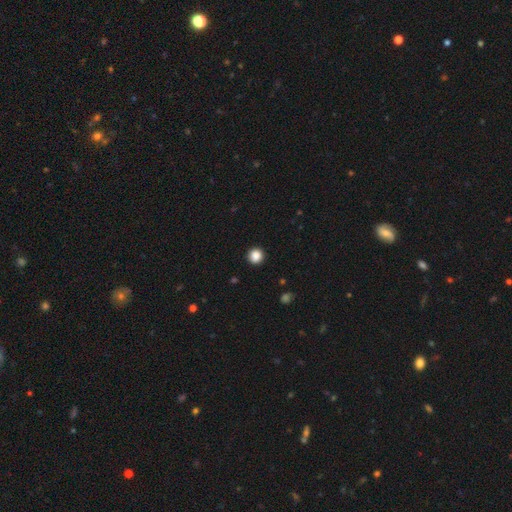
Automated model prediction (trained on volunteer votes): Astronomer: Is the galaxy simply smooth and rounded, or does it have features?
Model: smooth — 87%.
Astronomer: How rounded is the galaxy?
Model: round — 94%.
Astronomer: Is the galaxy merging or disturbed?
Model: none — 92%.